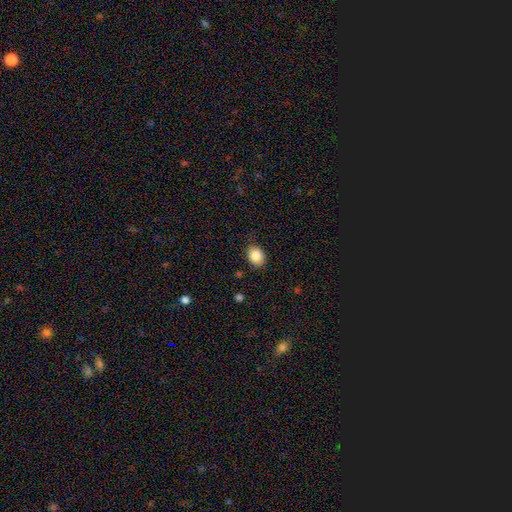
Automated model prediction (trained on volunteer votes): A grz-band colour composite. It shows a smooth galaxy with no disk features (85%) that is in between round and cigar-shaped (62%). Merging: none (80%).